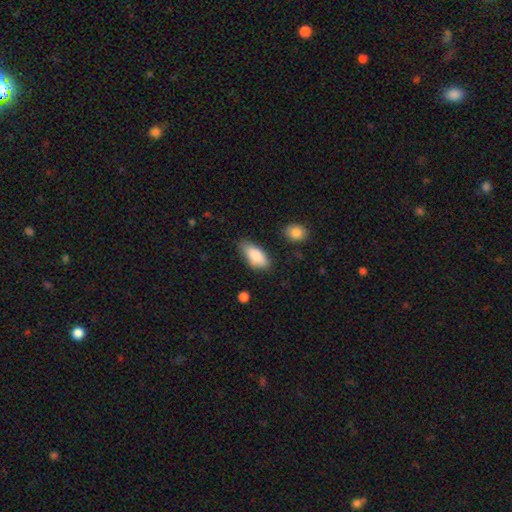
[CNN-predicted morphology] smooth-or-featured: smooth: 85% | featured or disk: 8% | star or artifact: 6%
  how-rounded: in between: 86% | cigar-shaped: 12% | round: 2%
  merging: none: 71% | minor disturbance: 22% | major disturbance: 4% | merger: 2%